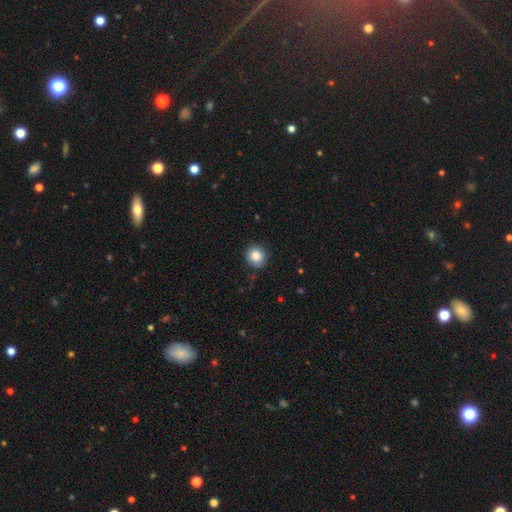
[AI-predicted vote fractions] A smooth galaxy with no disk features (83%) that is round (89%). Merging: none (88%).